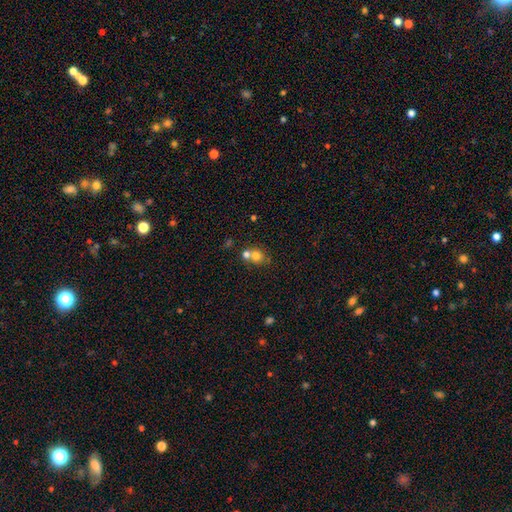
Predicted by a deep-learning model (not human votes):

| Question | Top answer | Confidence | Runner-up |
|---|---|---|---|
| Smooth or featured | smooth | 74% | featured or disk (13%) |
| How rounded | round | 76% | in between (23%) |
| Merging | merger | 47% | none (42%) |